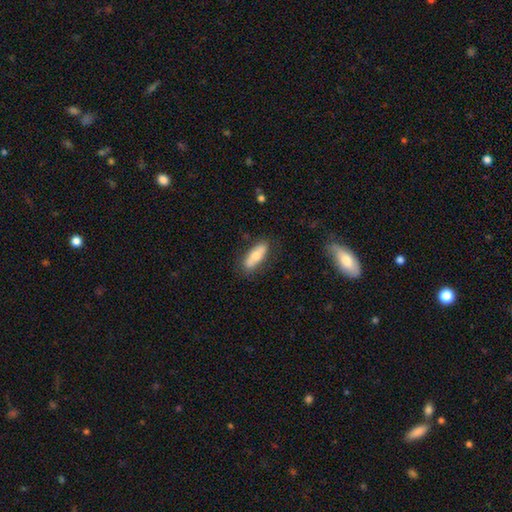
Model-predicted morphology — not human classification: smooth-or-featured: smooth: 61% | featured or disk: 33% | star or artifact: 7%
  how-rounded: in between: 57% | cigar-shaped: 41% | round: 3%
  merging: none: 79% | minor disturbance: 15% | major disturbance: 3% | merger: 3%